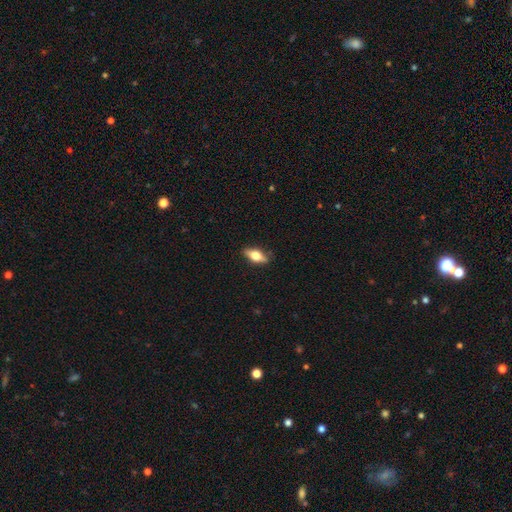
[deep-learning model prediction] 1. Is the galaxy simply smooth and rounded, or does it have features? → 54% smooth, 39% featured or disk, 7% star or artifact.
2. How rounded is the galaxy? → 73% in between, 22% cigar-shaped, 5% round.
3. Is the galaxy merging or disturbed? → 84% none, 12% minor disturbance, 3% major disturbance, 1% merger.